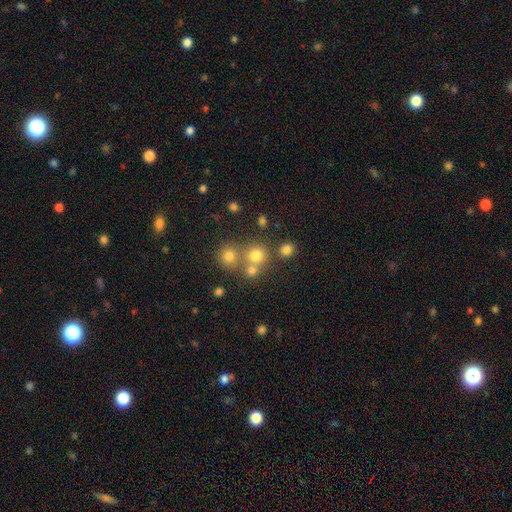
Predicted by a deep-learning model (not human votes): Smooth or featured? smooth (73%)
How rounded? round (88%)
Merging? none (61%)